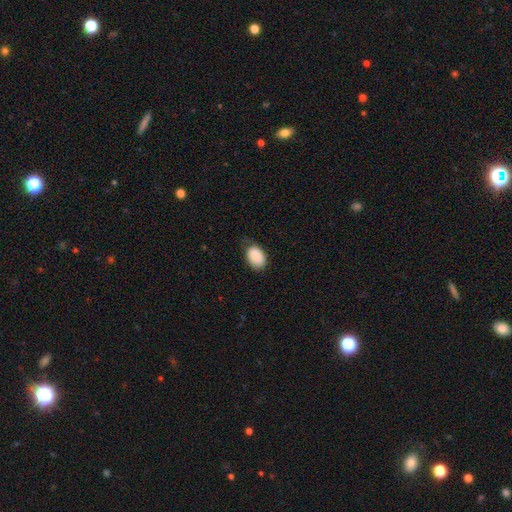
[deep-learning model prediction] This is clearly a smooth galaxy (86%). How rounded: clearly in between (87%). Merging: likely none (65%).